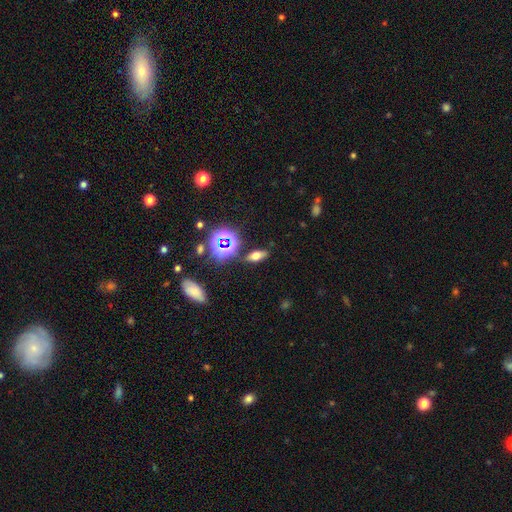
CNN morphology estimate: The model was most divided on "smooth or featured": smooth: 53%, star or artifact: 27%, featured or disk: 20%. More confident: merging — none (84%); how rounded — in between (74%).